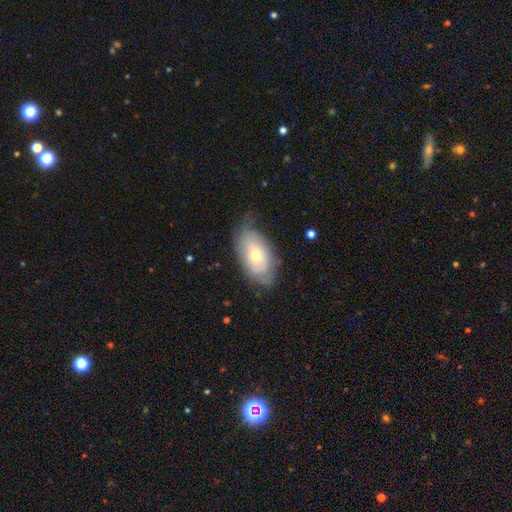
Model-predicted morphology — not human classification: Smooth or featured: featured or disk — 48% (smooth — 45%)
Merging: none — 60% (minor disturbance — 29%)